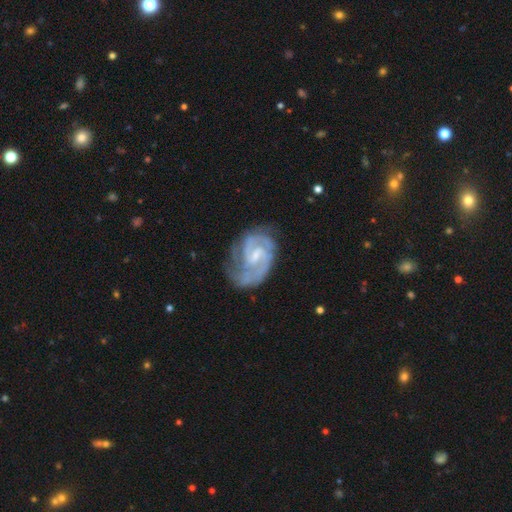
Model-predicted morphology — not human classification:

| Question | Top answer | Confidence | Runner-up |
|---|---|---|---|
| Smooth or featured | featured or disk | 88% | smooth (7%) |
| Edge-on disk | no | 98% | yes (2%) |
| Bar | weak | 59% | no (24%) |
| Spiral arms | yes | 96% | no (4%) |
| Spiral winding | tight | 50% | medium (42%) |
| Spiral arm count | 2 | 56% | 3 (18%) |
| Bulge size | small | 53% | moderate (31%) |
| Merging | none | 60% | minor disturbance (23%) |